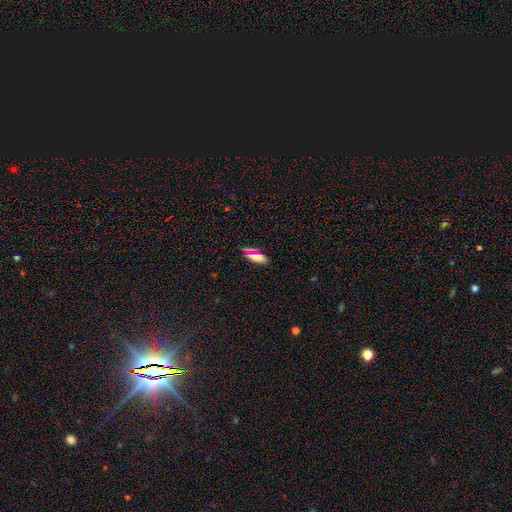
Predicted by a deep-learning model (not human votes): smooth-or-featured: smooth: 72% | star or artifact: 15% | featured or disk: 13%
  how-rounded: in between: 75% | cigar-shaped: 22% | round: 4%
  merging: none: 83% | minor disturbance: 12% | major disturbance: 3% | merger: 2%